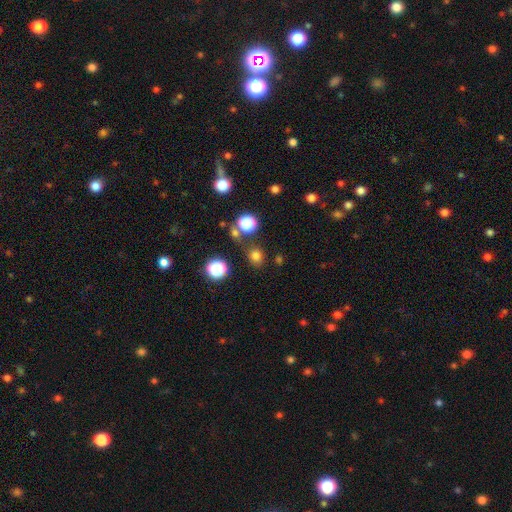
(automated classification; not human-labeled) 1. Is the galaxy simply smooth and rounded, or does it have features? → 73% smooth, 21% star or artifact, 6% featured or disk.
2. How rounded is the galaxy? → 79% round, 20% in between, 1% cigar-shaped.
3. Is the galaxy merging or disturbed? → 76% none, 11% minor disturbance, 8% merger, 4% major disturbance.